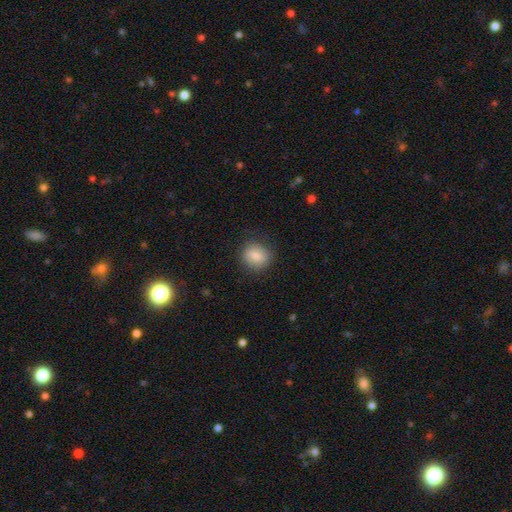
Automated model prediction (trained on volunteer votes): Morphology: type=smooth (84%); roundness=round (73%); merging=none (82%).